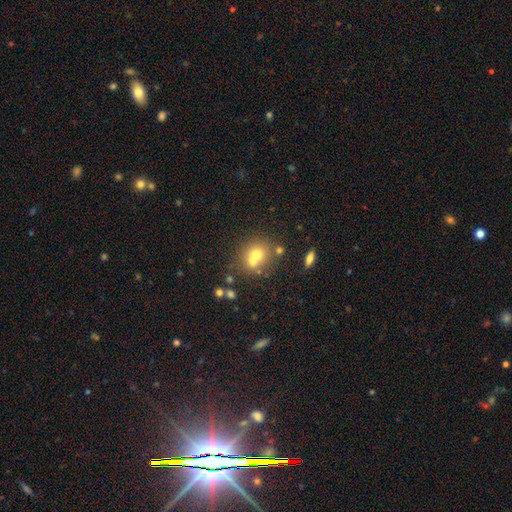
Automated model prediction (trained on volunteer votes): The model was most divided on "merging" (2-way tie): merger: 44%, none: 44%, minor disturbance: 9%, major disturbance: 4%. More confident: how rounded — round (76%); smooth or featured — smooth (63%).